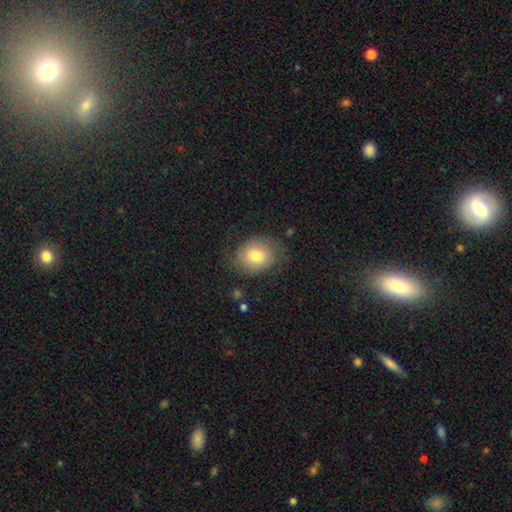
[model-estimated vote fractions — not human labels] Morphology: type=smooth (66%); roundness=round (54%); merging=none (68%).